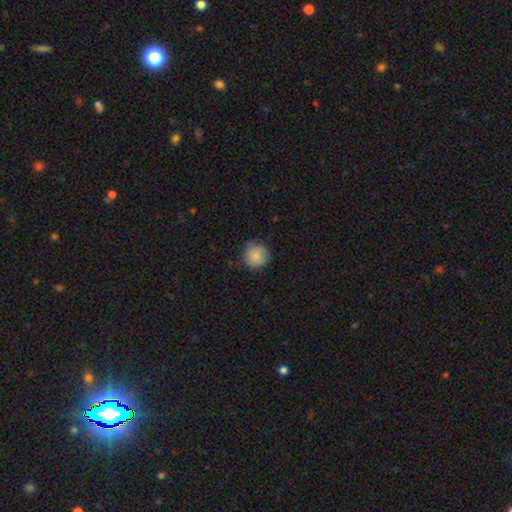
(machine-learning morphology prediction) smooth-or-featured: smooth: 85% | star or artifact: 8% | featured or disk: 7%
  how-rounded: round: 94% | in between: 6% | cigar-shaped: 1%
  merging: none: 79% | minor disturbance: 17% | major disturbance: 3% | merger: 1%